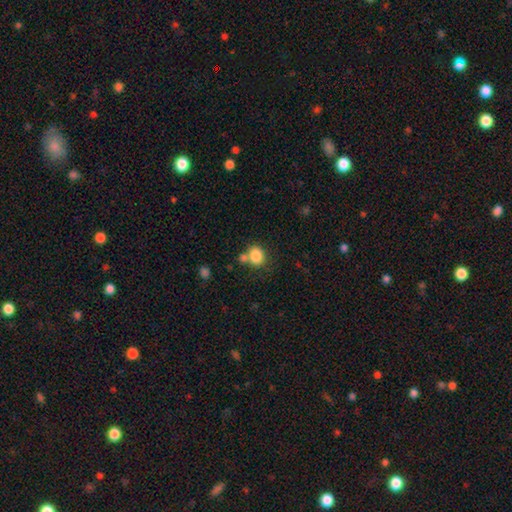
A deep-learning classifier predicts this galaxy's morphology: smooth-or-featured: smooth: 84% | star or artifact: 10% | featured or disk: 6%
  how-rounded: round: 54% | in between: 45% | cigar-shaped: 1%
  merging: none: 57% | merger: 25% | minor disturbance: 13% | major disturbance: 5%